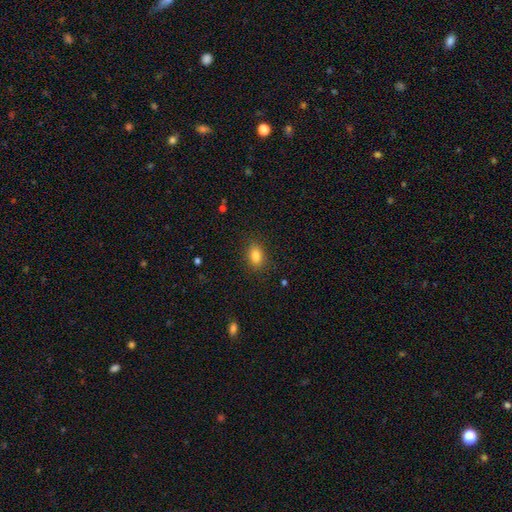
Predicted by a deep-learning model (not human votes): Smooth or featured? smooth (84%)
How rounded? in between (79%)
Merging? none (87%)